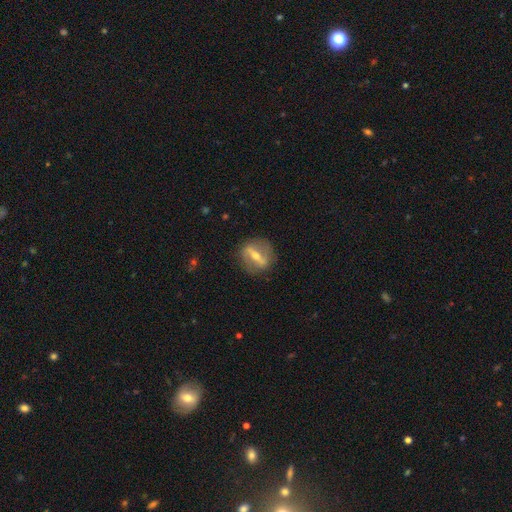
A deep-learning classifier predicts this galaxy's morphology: This appears to be a featured or disk galaxy (71%). Merging: none (83%).